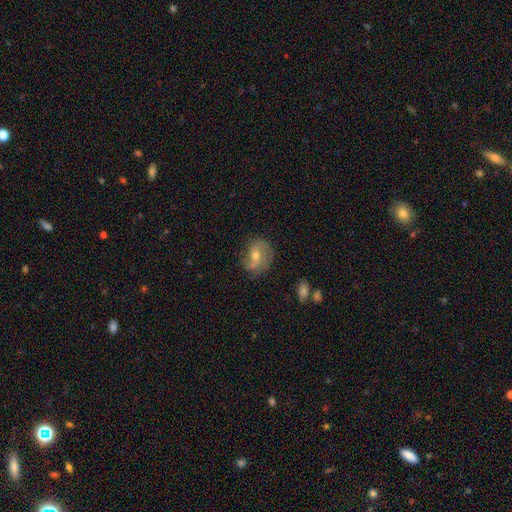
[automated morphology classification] This is possibly a featured or disk galaxy (48%). Merging: possibly none (59%).